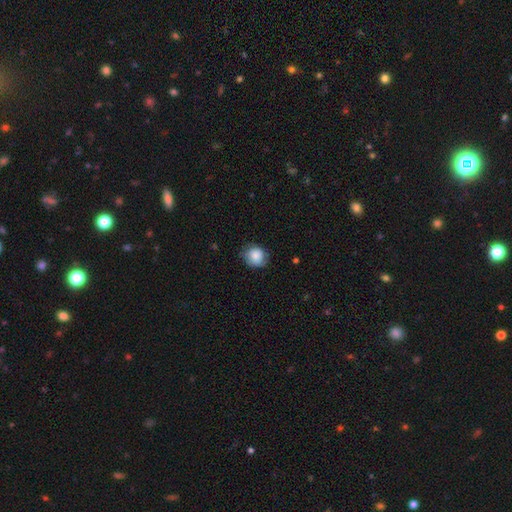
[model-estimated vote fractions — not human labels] Q: Smooth or featured?
A: smooth (83%); runner-up: featured or disk (9%)
Q: How rounded?
A: round (78%); runner-up: in between (21%)
Q: Merging?
A: none (68%); runner-up: minor disturbance (25%)